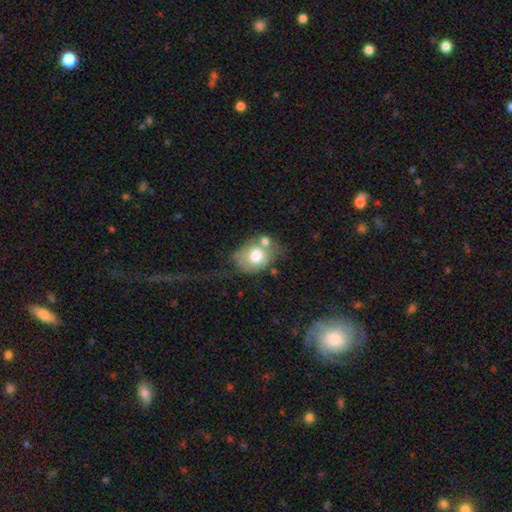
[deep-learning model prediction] smooth_or_featured: smooth (p=0.67) [alt: featured or disk p=0.25]
how_rounded: in between (p=0.54) [alt: round p=0.45]
merging: none (p=0.33) [alt: merger p=0.29]